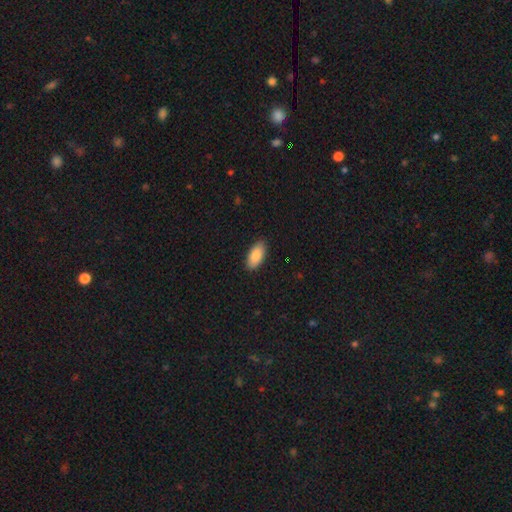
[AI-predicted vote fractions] Smooth or featured? Predicted: smooth (p=0.86). How rounded? Predicted: in between (p=0.92). Merging? Predicted: none (p=0.89).